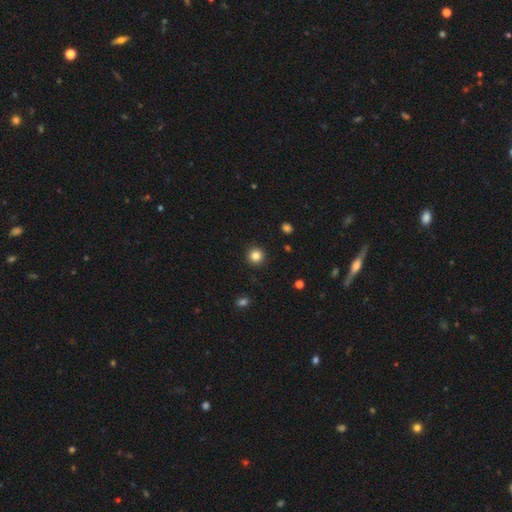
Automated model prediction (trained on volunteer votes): Smooth or featured? Predicted: smooth (p=0.83). How rounded? Predicted: round (p=0.95). Merging? Predicted: none (p=0.93).